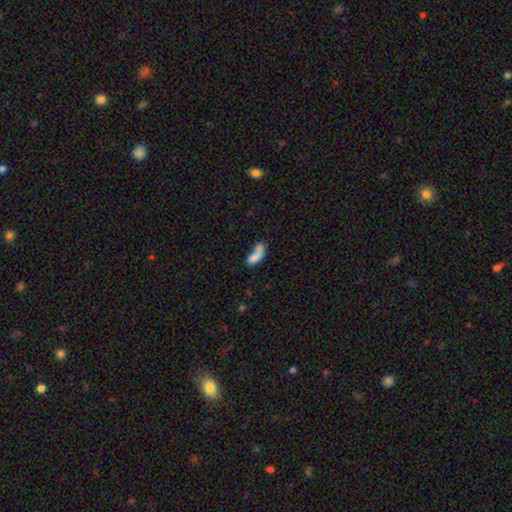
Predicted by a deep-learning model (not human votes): A smooth galaxy with no disk features (71%) that is in between round and cigar-shaped (74%). Merging: merger (49%).